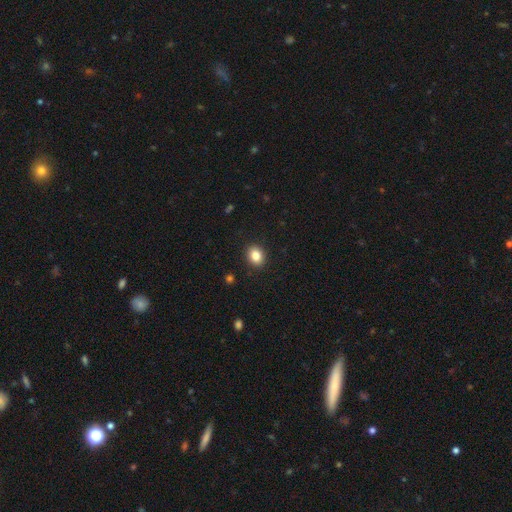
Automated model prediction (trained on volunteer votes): Smooth or featured: smooth — 85% (star or artifact — 10%)
How rounded: round — 52% (in between — 47%)
Merging: none — 91% (minor disturbance — 6%)